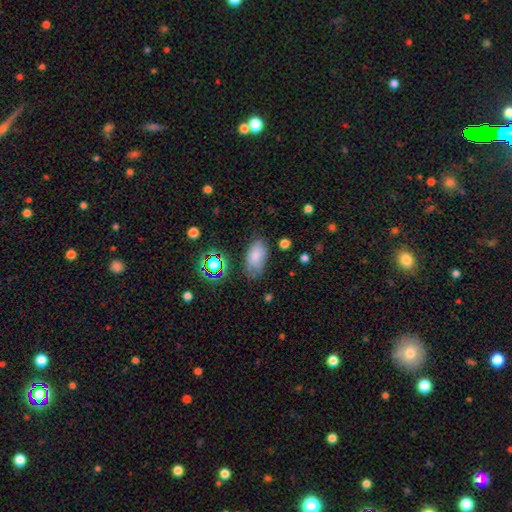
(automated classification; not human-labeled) Overall: smooth (75%). How rounded: in between (92%). Merging: none (69%).